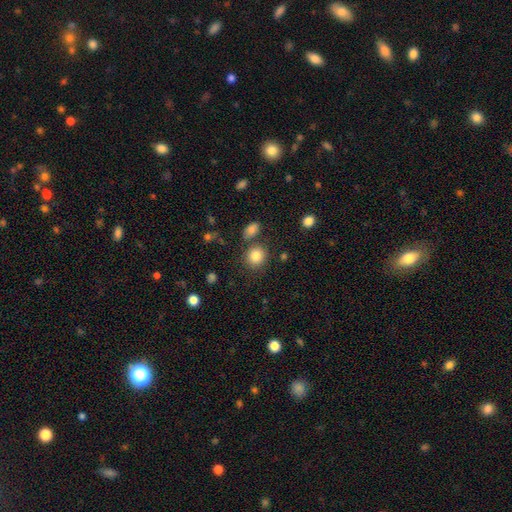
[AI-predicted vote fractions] Smooth or featured?
  - smooth: 84% *
  - star or artifact: 10%
  - featured or disk: 6%
How rounded?
  - round: 81% *
  - in between: 18%
  - cigar-shaped: 1%
Merging?
  - none: 77% *
  - minor disturbance: 10%
  - merger: 9%
  - major disturbance: 4%